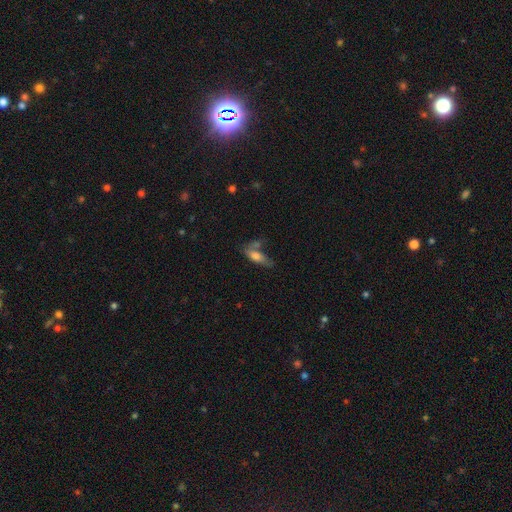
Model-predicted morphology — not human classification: This appears to be a smooth galaxy with no disk features (64%) that is in between round and cigar-shaped (59%). Merging: none (42%).